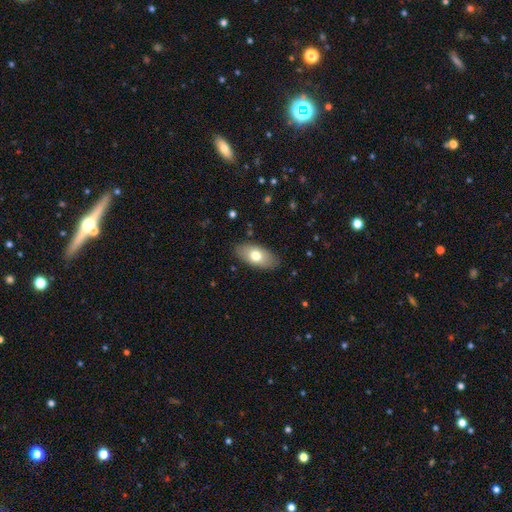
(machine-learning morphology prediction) type=smooth (71%); roundness=in between (92%); merging=none (85%).